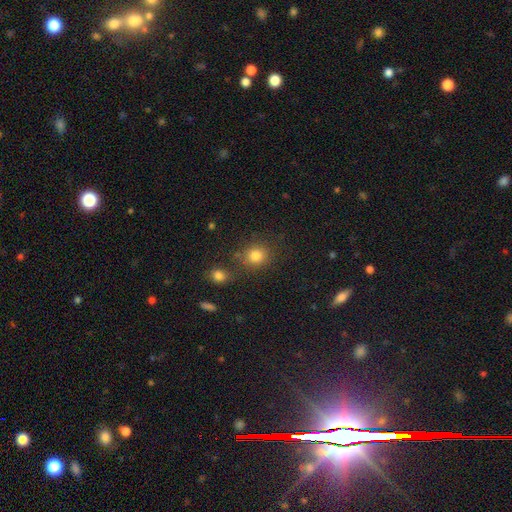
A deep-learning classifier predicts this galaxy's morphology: The model was most divided on "how rounded": round: 77%, in between: 22%, cigar-shaped: 1%. More confident: smooth or featured — smooth (80%); merging — none (74%).